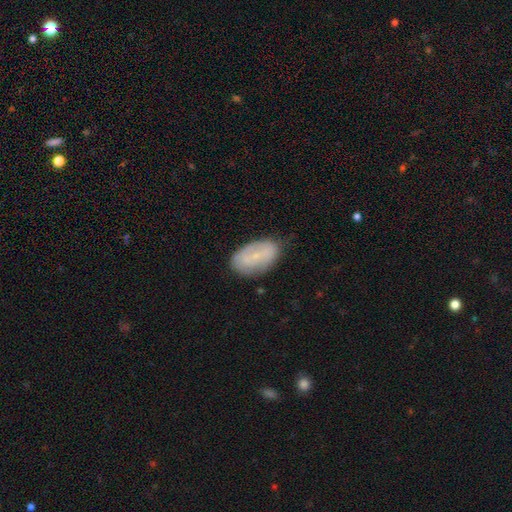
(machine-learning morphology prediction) This appears to be a smooth galaxy with no disk features (51%) that is in between round and cigar-shaped (92%). Merging: none (74%).